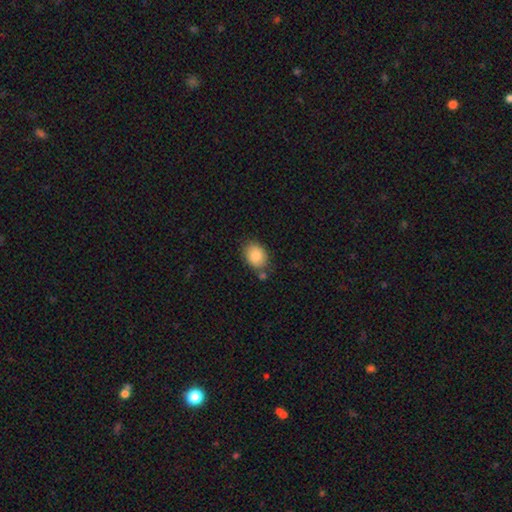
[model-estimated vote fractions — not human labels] This appears to be a smooth galaxy with no disk features (85%) that is in between round and cigar-shaped (69%). Merging: none (74%).